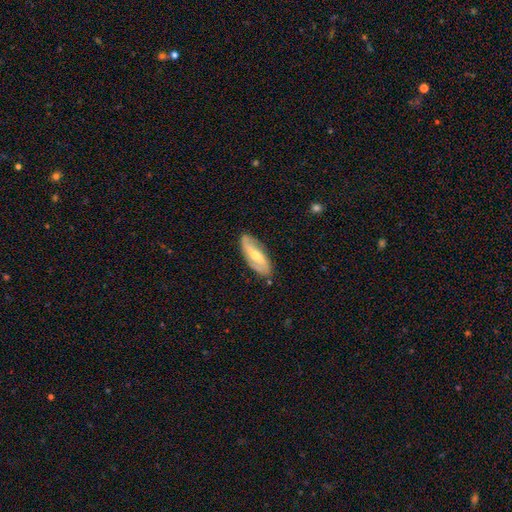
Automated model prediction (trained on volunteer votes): Smooth or featured? Predicted: featured or disk (p=0.66). Edge-on disk? Predicted: no (p=0.88). Bar? Predicted: weak (p=0.39). Spiral arms? Predicted: yes (p=0.84). Bulge size? Predicted: moderate (p=0.48). Merging? Predicted: none (p=0.81).